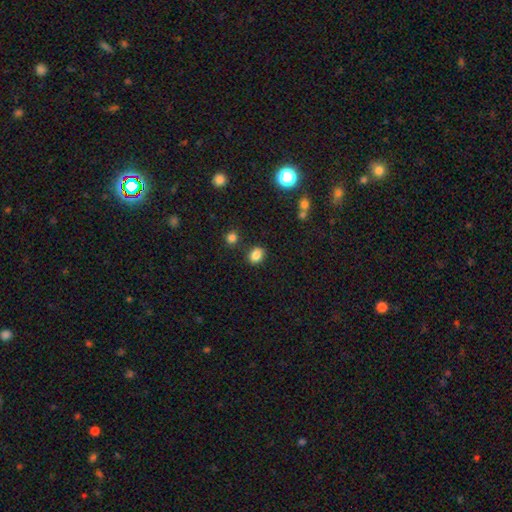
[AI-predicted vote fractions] The model was most divided on "how rounded": in between: 57%, round: 42%, cigar-shaped: 1%. More confident: smooth or featured — smooth (84%); merging — none (81%).